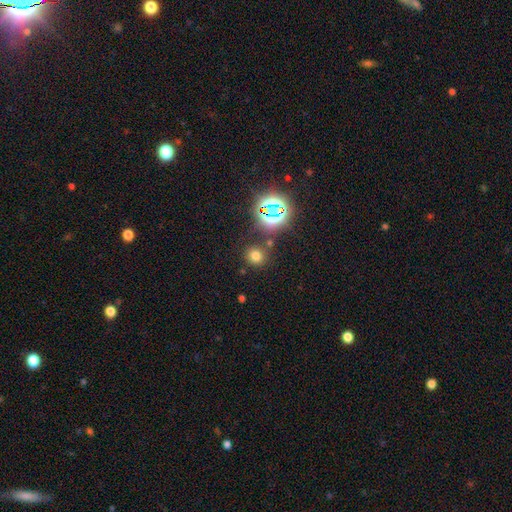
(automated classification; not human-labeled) Smooth or featured: smooth — 65% (star or artifact — 27%)
How rounded: round — 86% (in between — 13%)
Merging: none — 81% (minor disturbance — 9%)